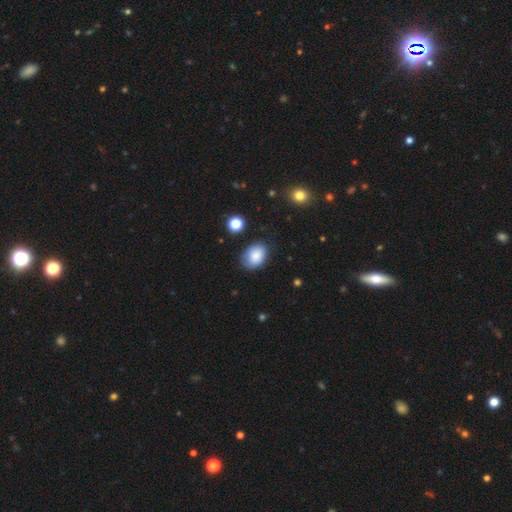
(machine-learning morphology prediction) Smooth or featured? smooth (83%)
How rounded? in between (75%)
Merging? none (71%)